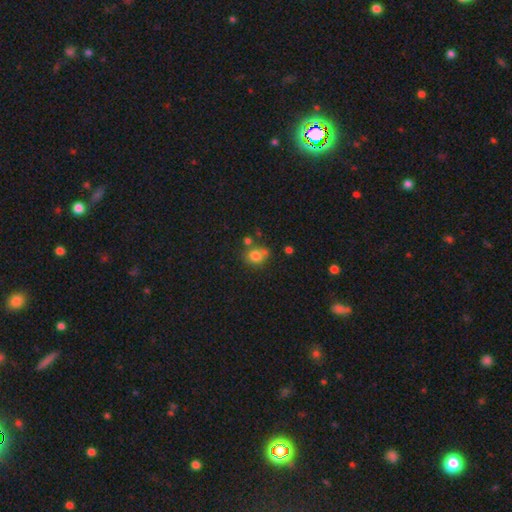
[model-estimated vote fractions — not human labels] Smooth or featured?
  - smooth: 79% *
  - star or artifact: 12%
  - featured or disk: 10%
How rounded?
  - round: 65% *
  - in between: 34%
  - cigar-shaped: 1%
Merging?
  - none: 55% *
  - minor disturbance: 19%
  - merger: 18%
  - major disturbance: 7%